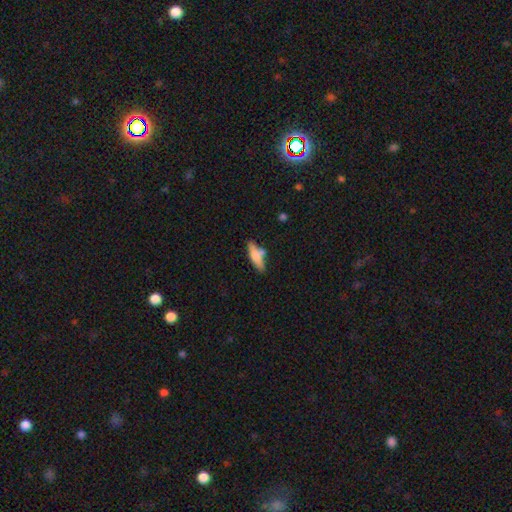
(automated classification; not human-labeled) This is likely a smooth galaxy (63%). How rounded: possibly cigar-shaped (56%). Merging: likely none (62%).